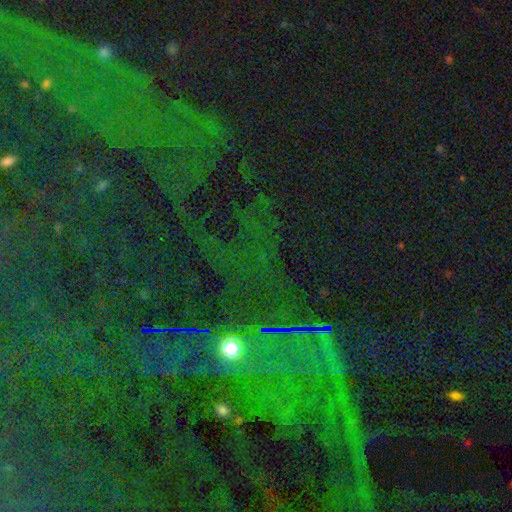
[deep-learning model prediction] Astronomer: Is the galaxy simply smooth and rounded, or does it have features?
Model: star or artifact — 83%.